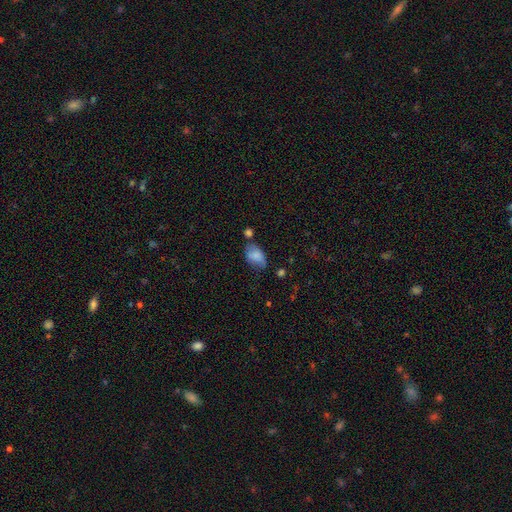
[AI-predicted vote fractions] The model was most divided on "merging": none: 47%, minor disturbance: 32%, merger: 11%, major disturbance: 11%. More confident: how rounded — in between (87%); smooth or featured — smooth (78%).